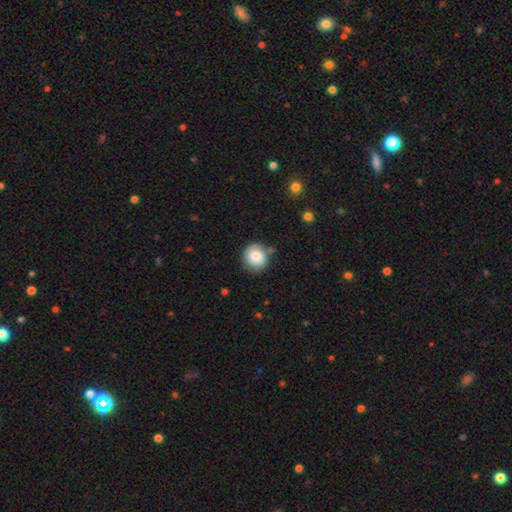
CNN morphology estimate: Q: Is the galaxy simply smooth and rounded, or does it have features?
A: smooth — 81%.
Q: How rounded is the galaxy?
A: round — 87%.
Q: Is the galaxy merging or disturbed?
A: none — 76%.